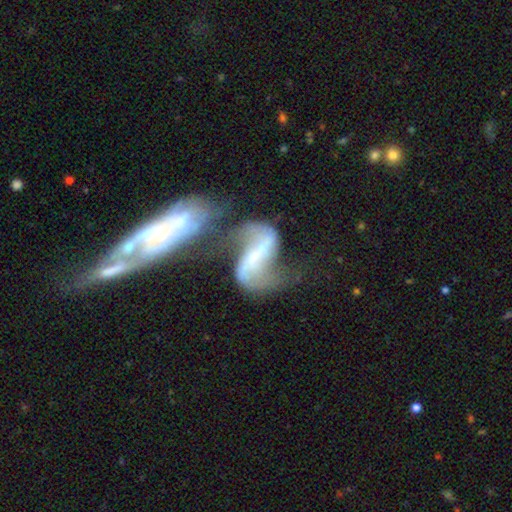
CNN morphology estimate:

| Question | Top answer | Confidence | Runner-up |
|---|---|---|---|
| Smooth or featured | featured or disk | 82% | smooth (11%) |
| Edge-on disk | no | 95% | yes (5%) |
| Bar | strong | 45% | weak (36%) |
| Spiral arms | yes | 88% | no (12%) |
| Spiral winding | loose | 74% | medium (19%) |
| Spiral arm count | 2 | 88% | can't tell (5%) |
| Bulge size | small | 48% | none (25%) |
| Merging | merger | 53% | none (21%) |